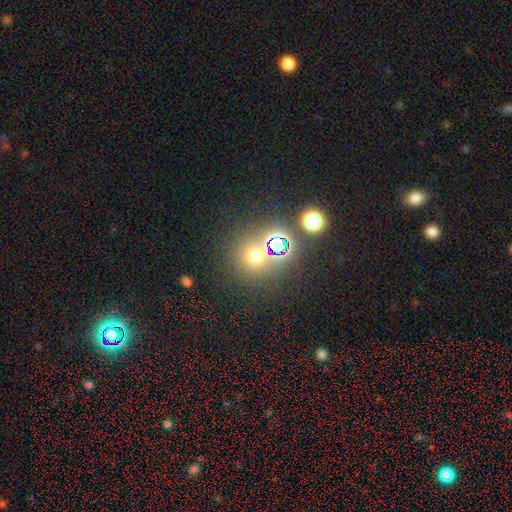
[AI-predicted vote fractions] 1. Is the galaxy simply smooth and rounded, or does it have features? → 54% smooth, 38% star or artifact, 8% featured or disk.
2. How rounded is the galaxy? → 89% round, 10% in between, 1% cigar-shaped.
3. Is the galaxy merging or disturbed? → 75% none, 12% merger, 8% minor disturbance, 5% major disturbance.